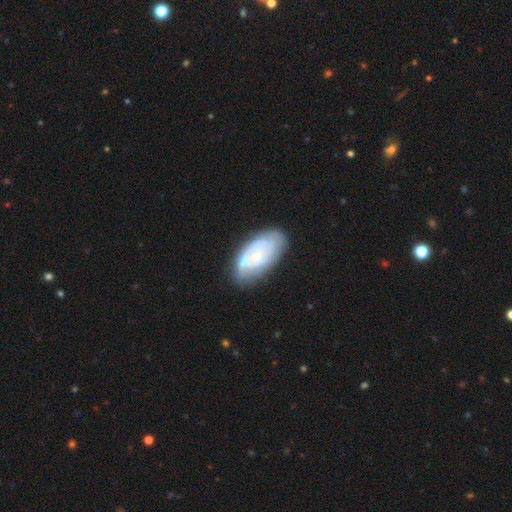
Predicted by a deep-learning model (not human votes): The model was most divided on "smooth or featured": featured or disk: 60%, smooth: 34%, star or artifact: 6%. More confident: edge-on disk — no (94%); bar — no (81%); bulge size — small (71%); merging — none (70%); spiral arms — yes (63%).